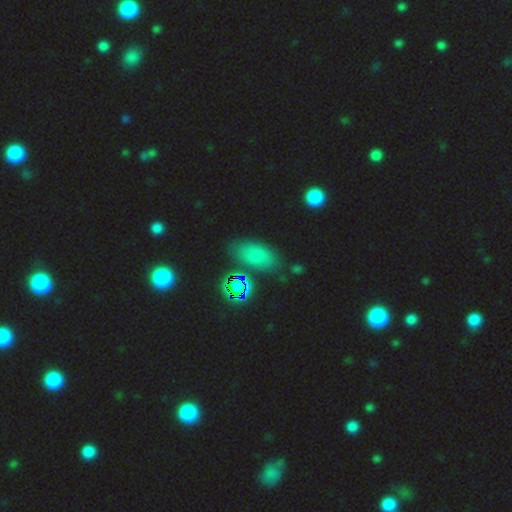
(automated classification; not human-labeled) This appears to be a smooth galaxy with no disk features (60%) that is in between round and cigar-shaped (86%). Merging: none (75%).